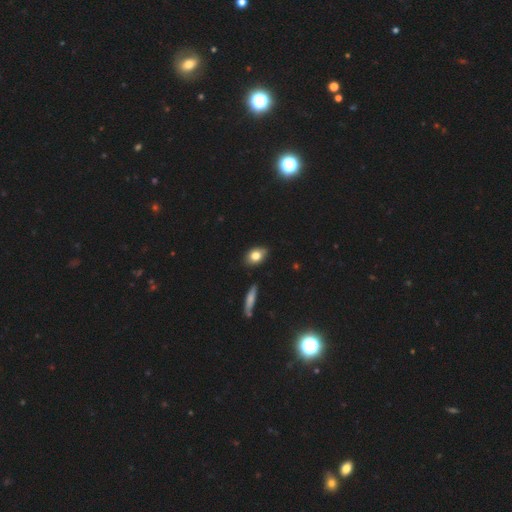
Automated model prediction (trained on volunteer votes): A smooth galaxy with no disk features (78%) that is in between round and cigar-shaped (73%). Merging: none (79%).